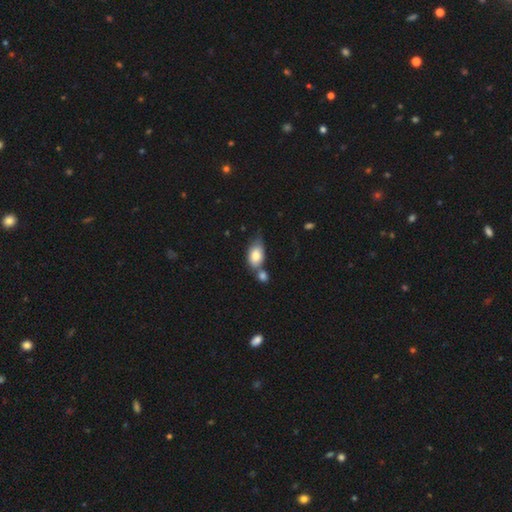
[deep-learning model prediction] Smooth or featured? smooth (79%)
How rounded? in between (89%)
Merging? merger (41%)